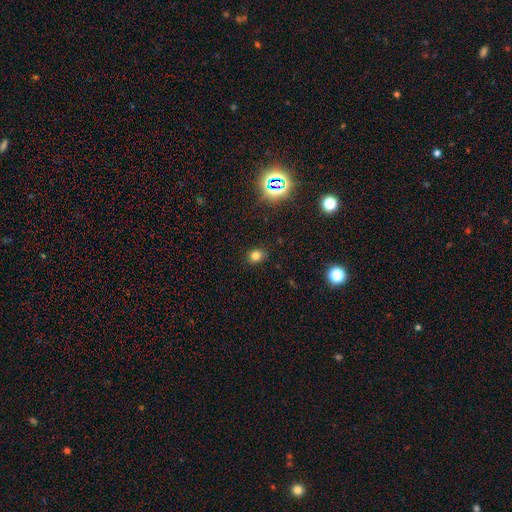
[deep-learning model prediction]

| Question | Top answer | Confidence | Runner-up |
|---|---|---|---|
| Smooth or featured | smooth | 77% | star or artifact (17%) |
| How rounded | round | 63% | in between (36%) |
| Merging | none | 86% | minor disturbance (10%) |